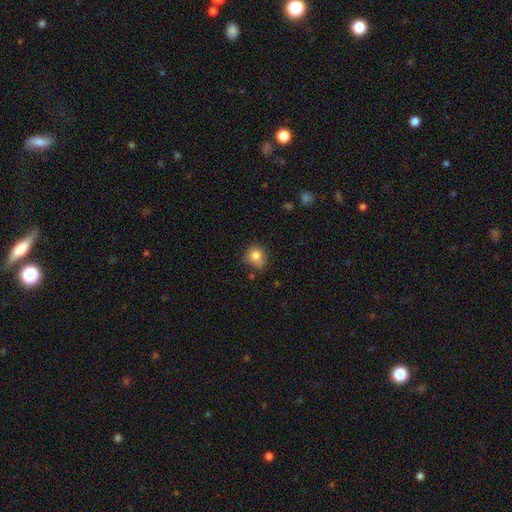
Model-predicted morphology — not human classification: A smooth galaxy with no disk features (81%) that is round (78%). Merging: none (69%).